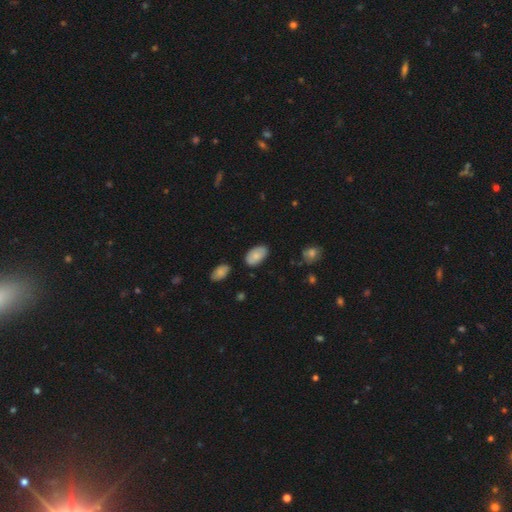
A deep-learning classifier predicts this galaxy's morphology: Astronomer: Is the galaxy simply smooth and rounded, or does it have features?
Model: smooth — 77%.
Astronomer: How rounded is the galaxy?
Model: in between — 95%.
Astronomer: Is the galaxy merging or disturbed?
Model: none — 78%.